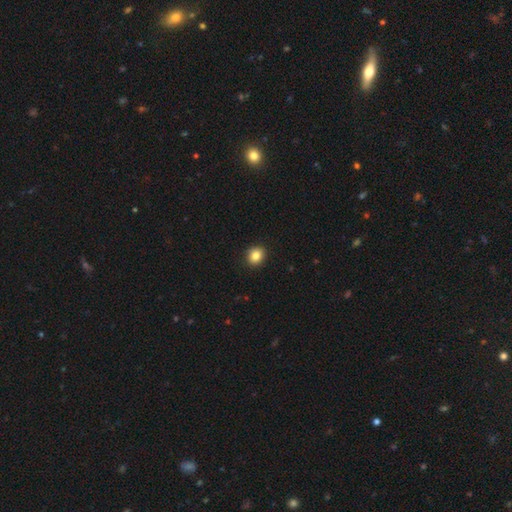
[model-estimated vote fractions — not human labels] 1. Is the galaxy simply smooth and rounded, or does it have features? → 85% smooth, 10% star or artifact, 5% featured or disk.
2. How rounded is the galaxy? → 70% round, 29% in between, 1% cigar-shaped.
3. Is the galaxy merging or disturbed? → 91% none, 6% minor disturbance, 2% major disturbance, 1% merger.